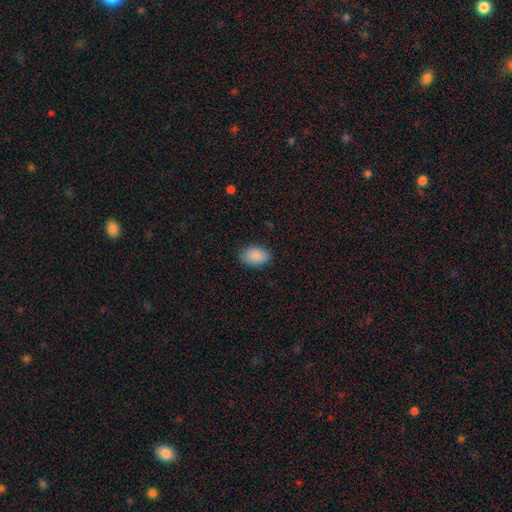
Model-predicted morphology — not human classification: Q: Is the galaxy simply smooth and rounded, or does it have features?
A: smooth — 89%.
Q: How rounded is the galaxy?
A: in between — 88%.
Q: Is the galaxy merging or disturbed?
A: none — 84%.